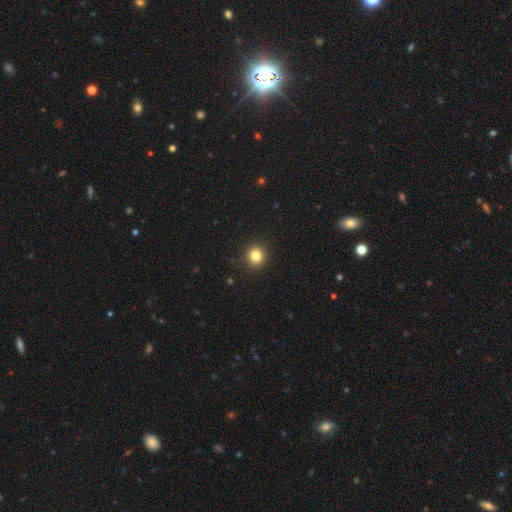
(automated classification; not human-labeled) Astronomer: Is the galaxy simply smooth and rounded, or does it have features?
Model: smooth — 82%.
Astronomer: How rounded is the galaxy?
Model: round — 90%.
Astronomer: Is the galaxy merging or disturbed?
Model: none — 92%.